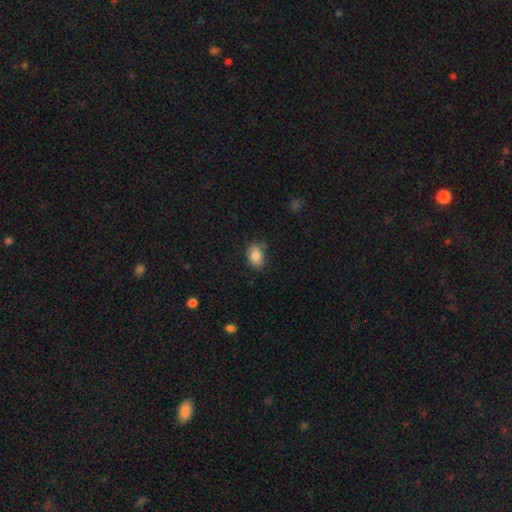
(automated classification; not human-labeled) Q: Smooth or featured?
A: smooth (83%); runner-up: star or artifact (9%)
Q: How rounded?
A: in between (76%); runner-up: round (23%)
Q: Merging?
A: none (68%); runner-up: minor disturbance (25%)